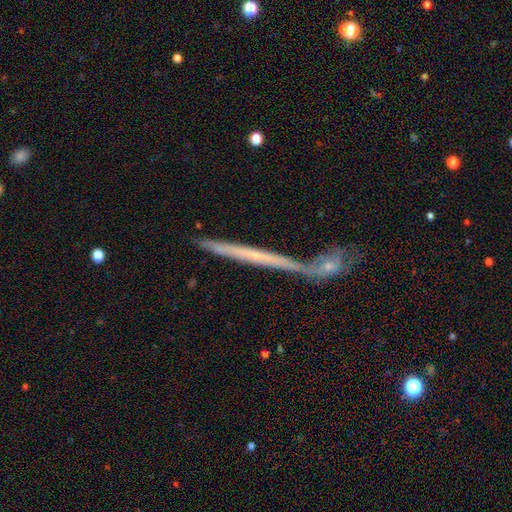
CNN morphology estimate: A featured or disk galaxy (60%) viewed edge-on (94%) with no central bulge (80%).

Vote fractions:
- Smooth or featured? featured or disk: 60% / smooth: 31% / star or artifact: 9%
- Edge-on disk? yes: 94% / no: 6%
- Edge-on bulge? none: 80% / rounded: 15% / boxy: 5%
- Merging? none: 64% / merger: 23% / minor disturbance: 10% / major disturbance: 4%